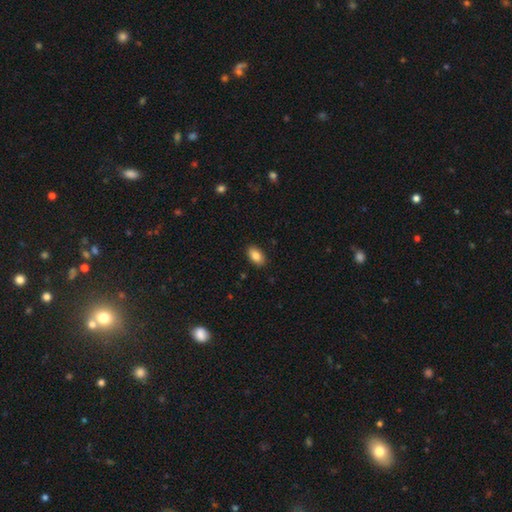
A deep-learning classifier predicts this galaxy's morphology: This appears to be a smooth galaxy with no disk features (86%) that is in between round and cigar-shaped (92%). Merging: none (89%).